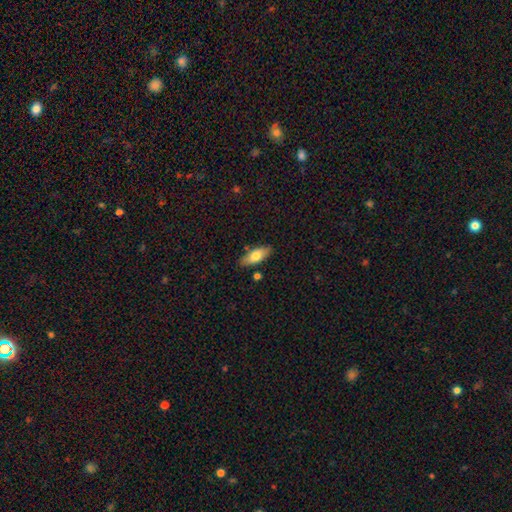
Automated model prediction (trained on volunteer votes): The model was most divided on "smooth or featured": smooth: 73%, featured or disk: 21%, star or artifact: 6%. More confident: merging — none (83%); how rounded — in between (81%).